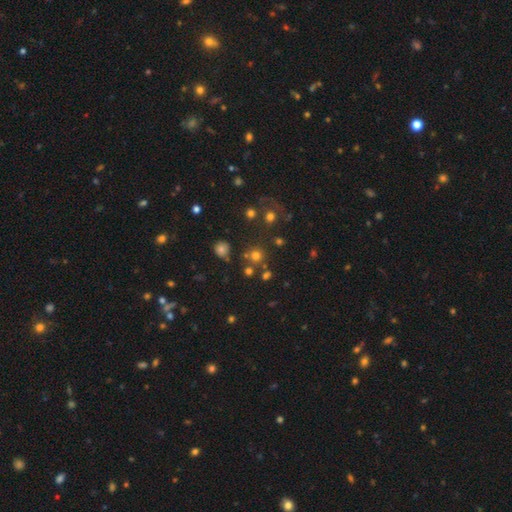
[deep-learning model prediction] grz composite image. It shows a smooth galaxy with no disk features (68%) that is round (92%). Merging: none (76%).